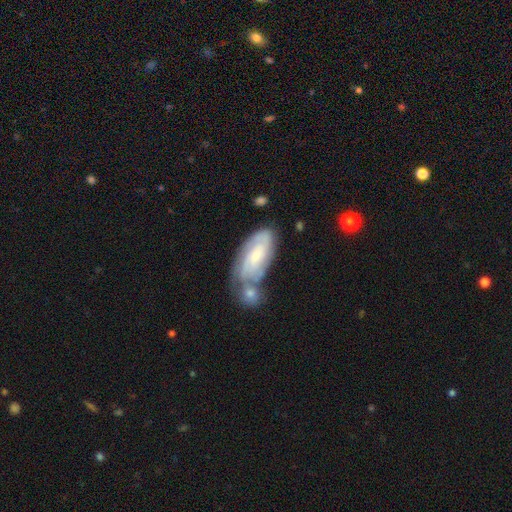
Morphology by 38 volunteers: Volunteers were most divided on "spiral arm count": 2: 50%, can't tell: 41%, 3: 9%, 1: 0%, 4: 0%, more than 4: 0%. Remaining: spiral arms — yes (96%); edge-on disk — no (88%); smooth or featured — featured or disk (68%); bar — no (61%); spiral winding — tight (59%); bulge size — moderate (57%); merging — merger (46%).